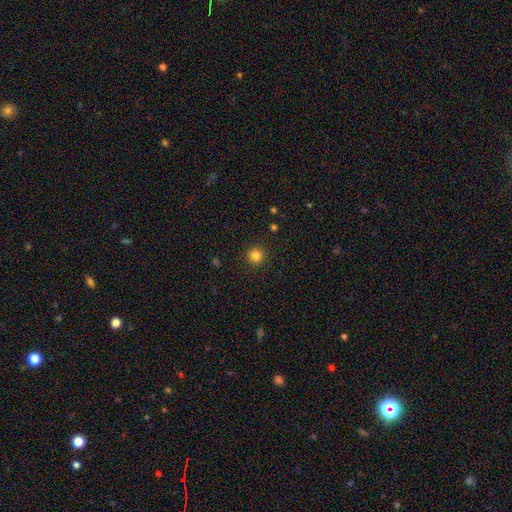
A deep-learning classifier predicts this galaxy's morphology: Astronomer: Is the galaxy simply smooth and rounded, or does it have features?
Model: smooth — 83%.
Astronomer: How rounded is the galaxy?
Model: round — 95%.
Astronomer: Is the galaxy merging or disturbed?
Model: none — 92%.